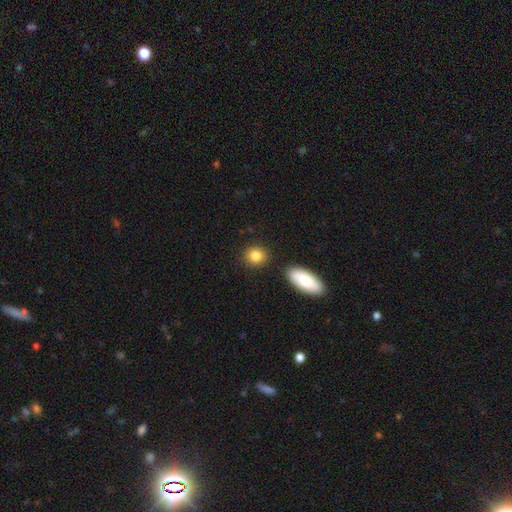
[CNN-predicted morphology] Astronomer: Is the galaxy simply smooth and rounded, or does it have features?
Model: smooth — 86%.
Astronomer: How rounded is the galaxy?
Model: round — 69%.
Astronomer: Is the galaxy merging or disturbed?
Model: none — 84%.